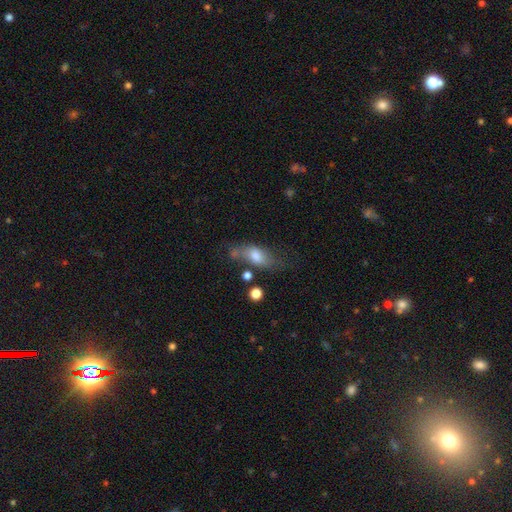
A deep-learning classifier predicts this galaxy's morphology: Smooth or featured? Predicted: smooth (p=0.65). How rounded? Predicted: in between (p=0.76). Merging? Predicted: none (p=0.45).